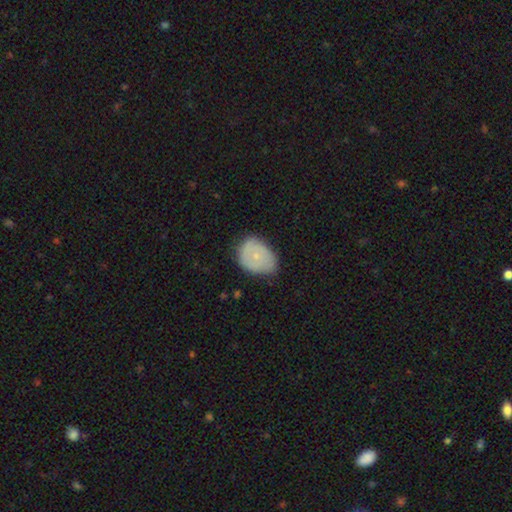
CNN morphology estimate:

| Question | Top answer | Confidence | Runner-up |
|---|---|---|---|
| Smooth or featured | smooth | 63% | featured or disk (30%) |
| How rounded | in between | 64% | round (35%) |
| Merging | none | 50% | minor disturbance (40%) |